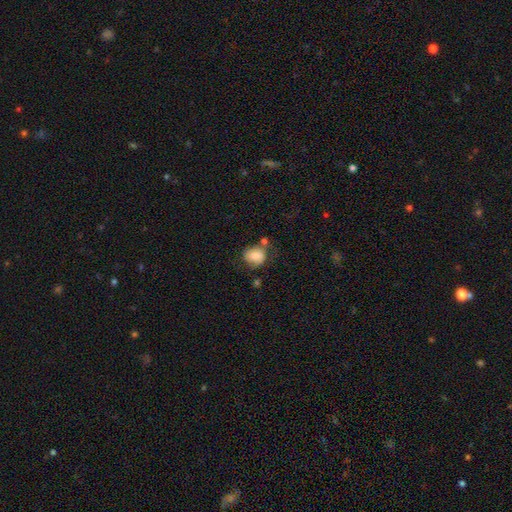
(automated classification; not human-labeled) Overall: smooth (75%). How rounded: round (62%; in between 37%). Merging: none (52%; minor disturbance 25%).